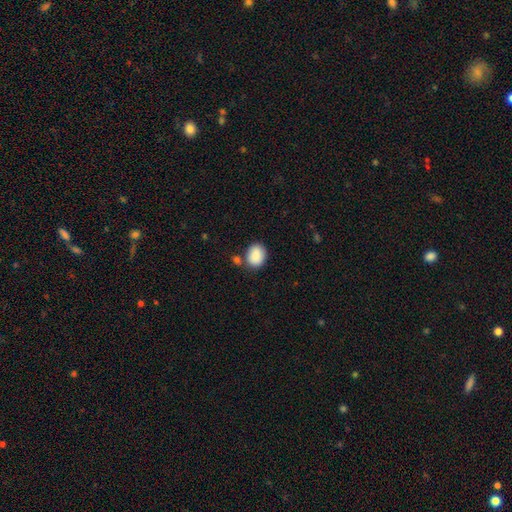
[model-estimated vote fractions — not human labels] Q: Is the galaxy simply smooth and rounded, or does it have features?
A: smooth — 88%.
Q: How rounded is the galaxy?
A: in between — 58%.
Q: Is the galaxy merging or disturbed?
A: none — 69%.